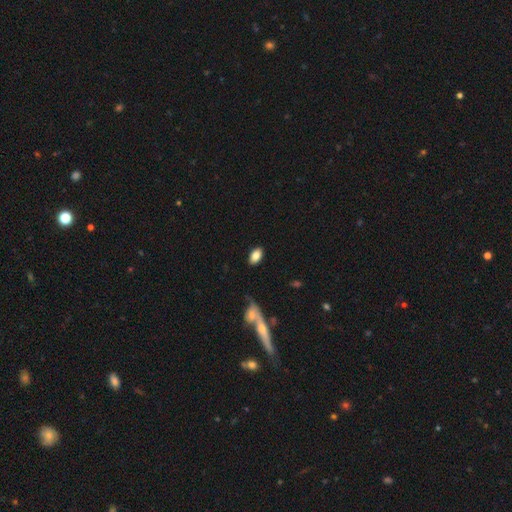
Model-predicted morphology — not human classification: Smooth or featured? smooth (85%)
How rounded? in between (92%)
Merging? none (85%)